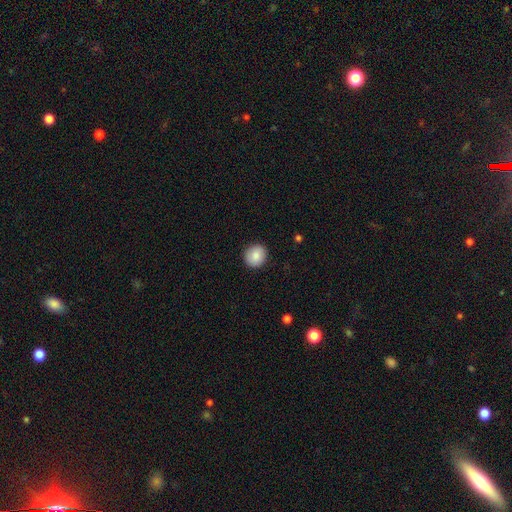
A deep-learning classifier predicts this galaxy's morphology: This is clearly a smooth galaxy (86%). How rounded: clearly round (82%). Merging: clearly none (91%).